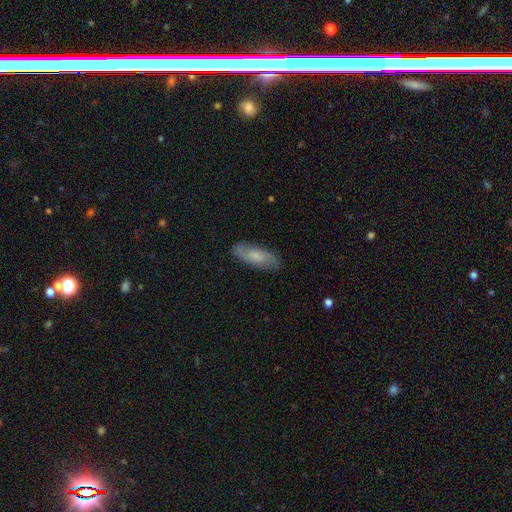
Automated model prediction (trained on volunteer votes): Smooth or featured? Predicted: smooth (p=0.55). How rounded? Predicted: in between (p=0.65). Merging? Predicted: none (p=0.82).